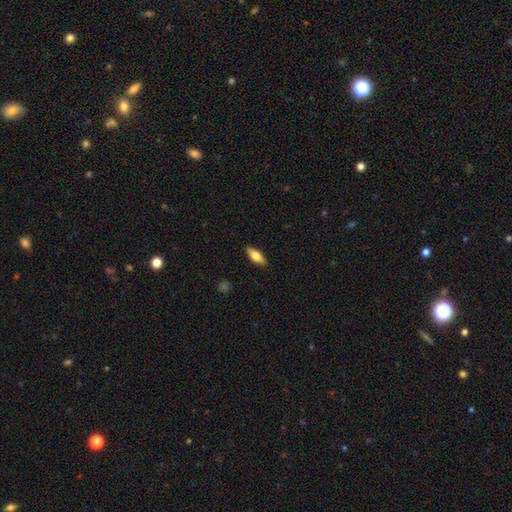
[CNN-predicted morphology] Smooth or featured? Predicted: smooth (p=0.64). How rounded? Predicted: in between (p=0.69). Merging? Predicted: none (p=0.88).